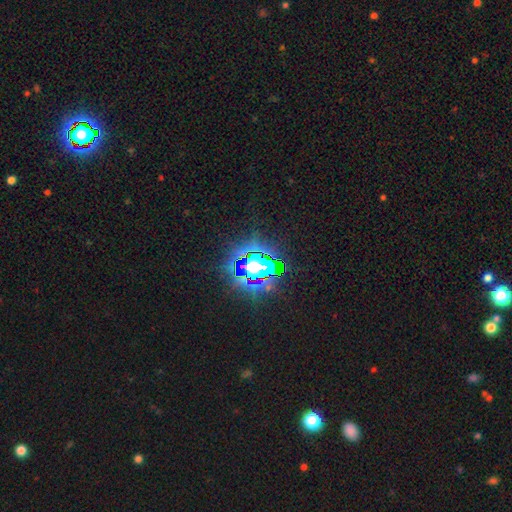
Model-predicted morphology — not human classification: smooth-or-featured: star or artifact: 72% | smooth: 16% | featured or disk: 13%